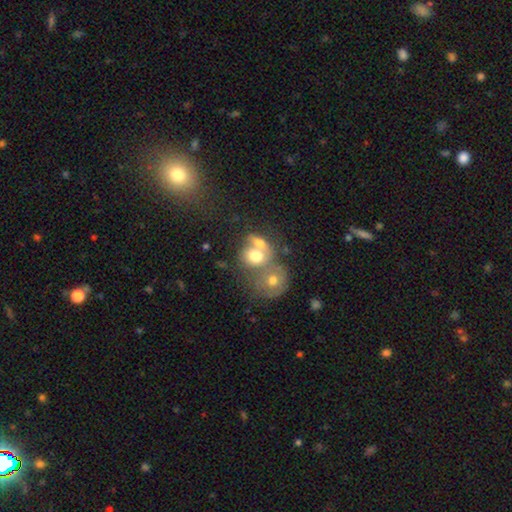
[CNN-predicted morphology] A smooth galaxy with no disk features (65%) that is round (58%). Merging: merger (63%).